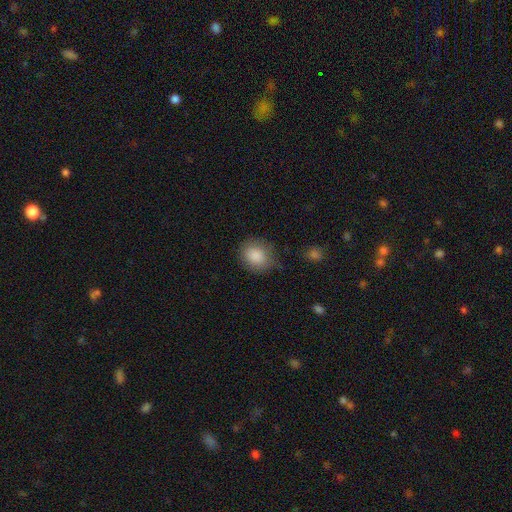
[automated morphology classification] Smooth or featured? Predicted: smooth (p=0.87). How rounded? Predicted: round (p=0.64). Merging? Predicted: none (p=0.73).